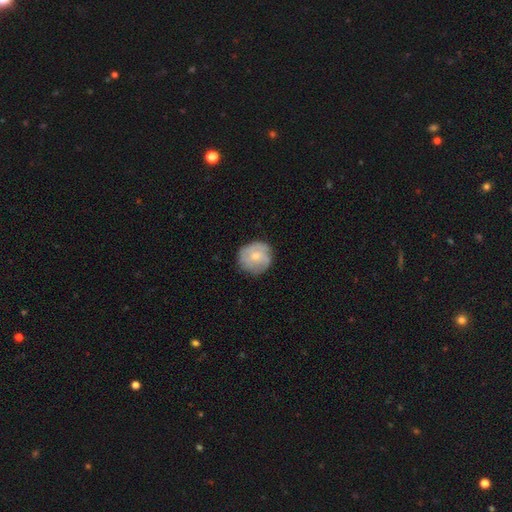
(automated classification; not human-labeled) Smooth or featured? smooth (48%)
Merging? none (77%)